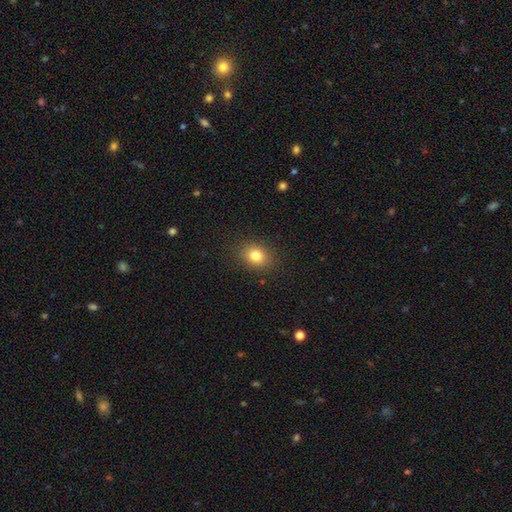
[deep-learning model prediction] smooth-or-featured: smooth: 81% | star or artifact: 11% | featured or disk: 8%
  how-rounded: in between: 51% | round: 48% | cigar-shaped: 1%
  merging: none: 87% | minor disturbance: 9% | major disturbance: 3% | merger: 1%